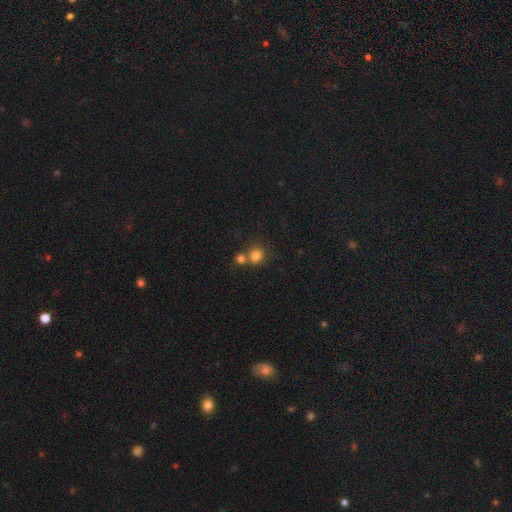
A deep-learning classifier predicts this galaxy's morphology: type=smooth (80%); roundness=round (82%); merging=none (49%).